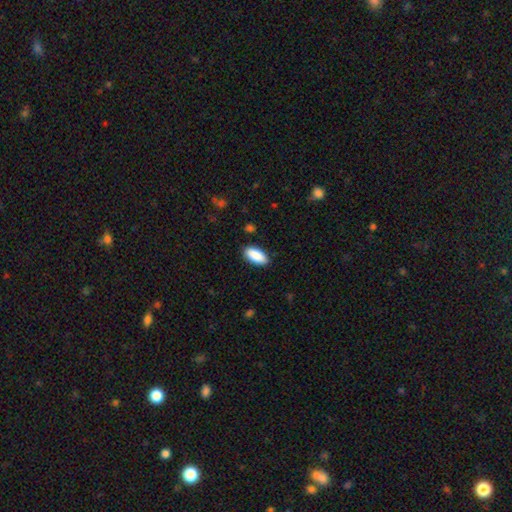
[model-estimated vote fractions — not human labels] Smooth or featured?
  - smooth: 90% *
  - star or artifact: 6%
  - featured or disk: 4%
How rounded?
  - in between: 91% *
  - cigar-shaped: 7%
  - round: 2%
Merging?
  - none: 89% *
  - minor disturbance: 8%
  - major disturbance: 2%
  - merger: 1%